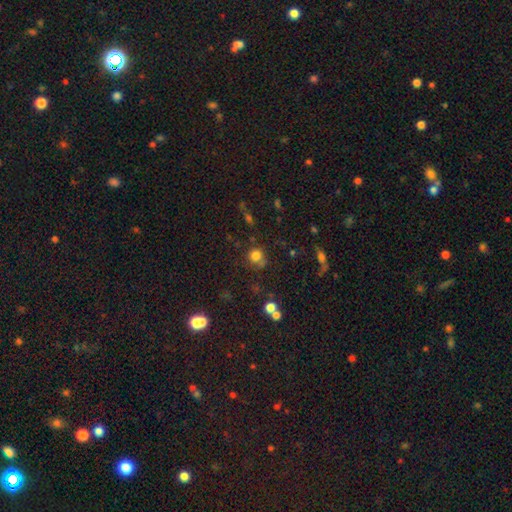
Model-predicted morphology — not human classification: This is likely a smooth galaxy (78%). How rounded: clearly round (88%). Merging: likely none (67%).